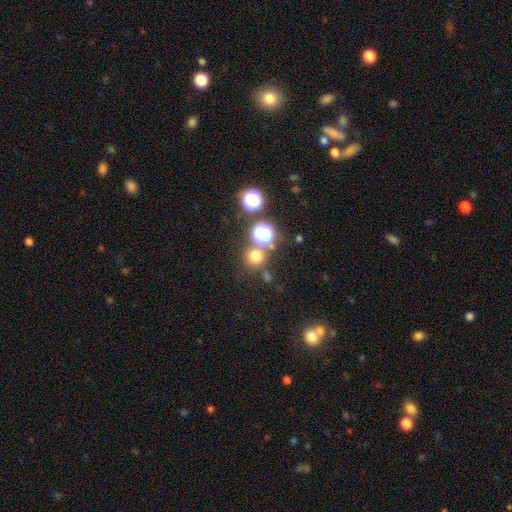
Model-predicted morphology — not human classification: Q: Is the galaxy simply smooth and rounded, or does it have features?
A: smooth — 67%.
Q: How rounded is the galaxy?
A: round — 91%.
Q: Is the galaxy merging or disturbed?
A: none — 72%.